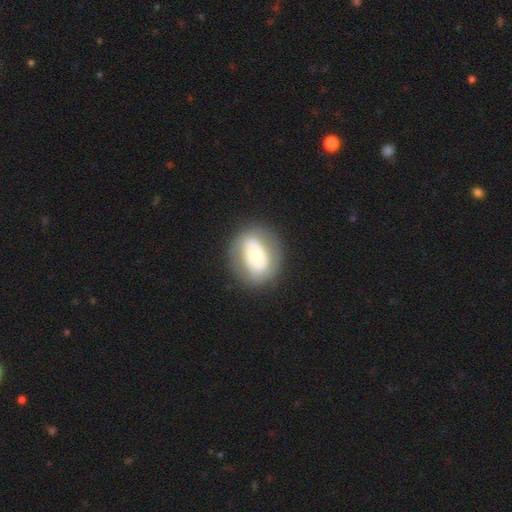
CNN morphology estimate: This is possibly a smooth galaxy (48%). Merging: likely none (77%).